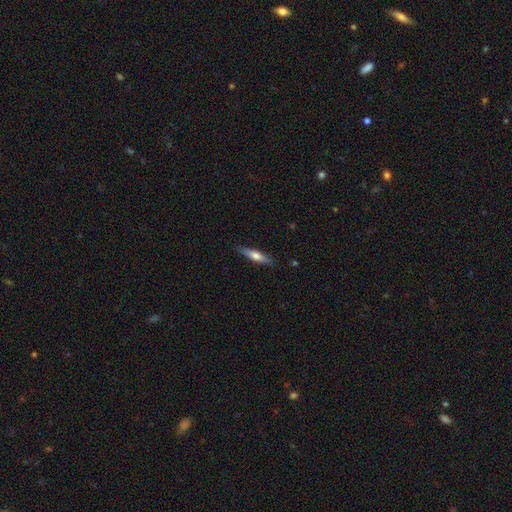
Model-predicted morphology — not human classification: This appears to be a smooth galaxy with no disk features (50%) that is cigar-shaped (82%). Merging: none (88%).